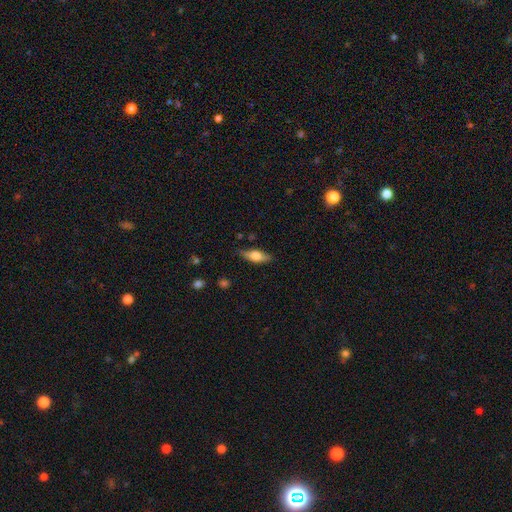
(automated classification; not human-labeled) This appears to be a smooth galaxy with no disk features (54%) that is in between round and cigar-shaped (58%). Merging: none (81%).